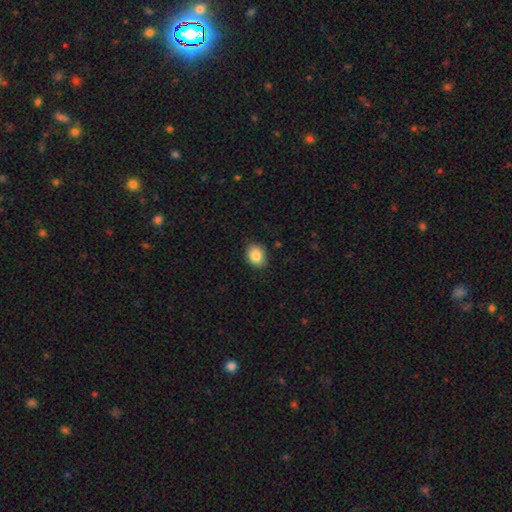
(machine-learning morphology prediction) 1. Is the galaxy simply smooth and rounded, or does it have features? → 86% smooth, 8% star or artifact, 6% featured or disk.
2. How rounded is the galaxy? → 61% in between, 38% round, 1% cigar-shaped.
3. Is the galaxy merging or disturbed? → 87% none, 10% minor disturbance, 2% major disturbance, 1% merger.